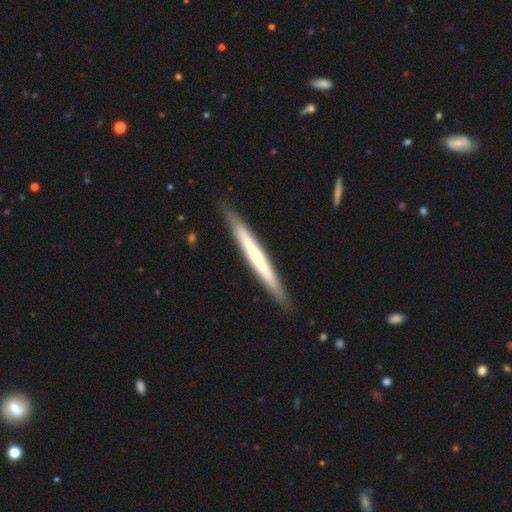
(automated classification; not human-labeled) Morphology: type=featured or disk (56%); edge-on=yes (96%); edge-on bulge=none (55%); merging=none (90%).